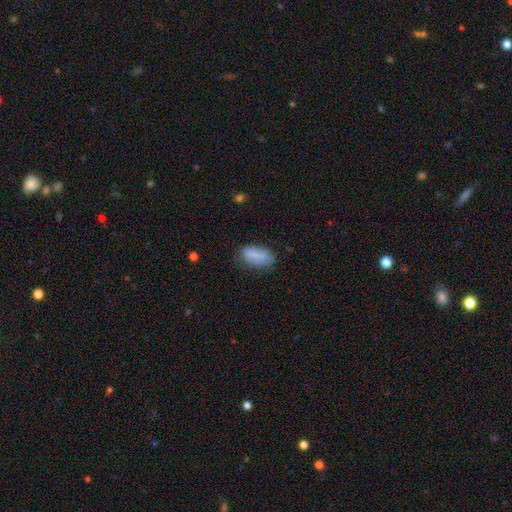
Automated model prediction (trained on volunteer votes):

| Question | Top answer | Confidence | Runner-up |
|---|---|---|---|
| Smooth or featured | smooth | 78% | featured or disk (14%) |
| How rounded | in between | 91% | cigar-shaped (5%) |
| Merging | none | 67% | minor disturbance (24%) |